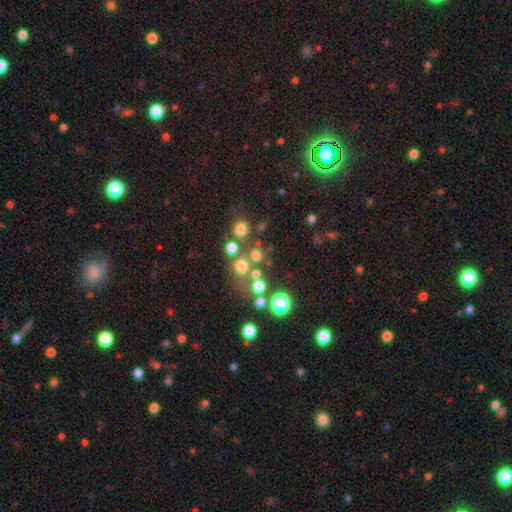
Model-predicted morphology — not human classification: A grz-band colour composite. It shows a smooth galaxy with no disk features (61%) that is round (87%). Merging: none (61%).